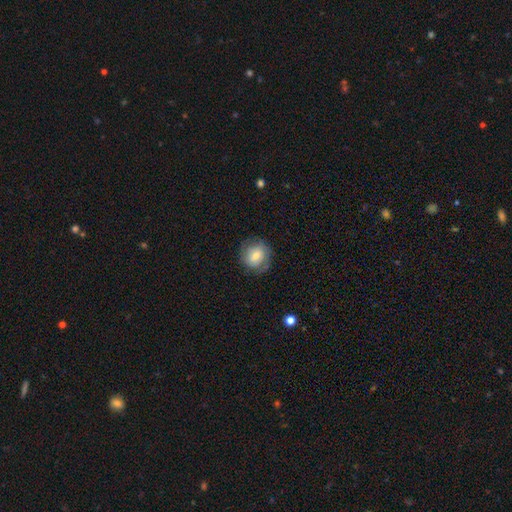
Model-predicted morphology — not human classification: type=smooth (56%); roundness=round (81%); merging=none (74%).